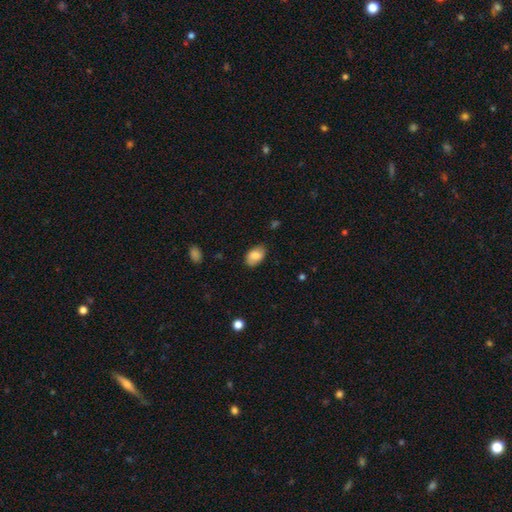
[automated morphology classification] A smooth galaxy with no disk features (82%) that is in between round and cigar-shaped (89%).

Vote fractions:
- Smooth or featured? smooth: 82% / featured or disk: 11% / star or artifact: 7%
- How rounded? in between: 89% / round: 9% / cigar-shaped: 1%
- Merging? none: 79% / minor disturbance: 16% / major disturbance: 3% / merger: 1%